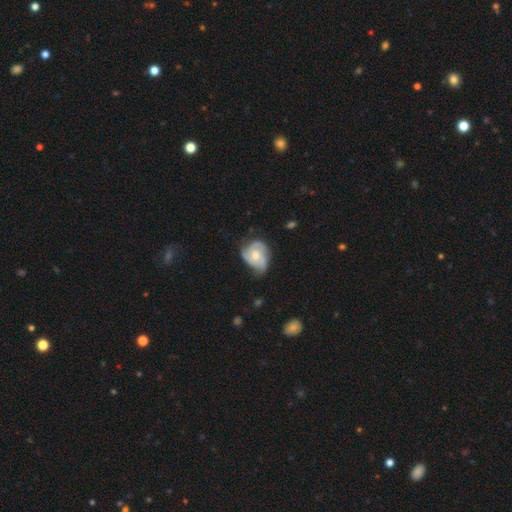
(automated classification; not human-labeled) This is possibly a featured or disk galaxy (58%). It is clearly not viewed edge-on (97%). Bar: likely no (78%). Spiral arm pattern: likely yes (78%). Central bulge: likely moderate (63%). Merging: marginally none (43%).